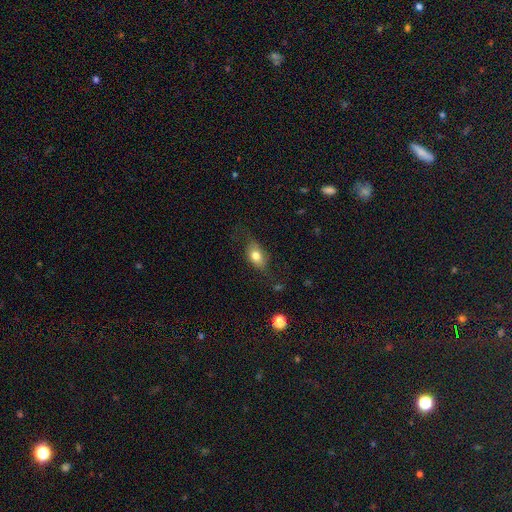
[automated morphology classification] Smooth or featured? Predicted: smooth (p=0.75). How rounded? Predicted: in between (p=0.83). Merging? Predicted: none (p=0.66).